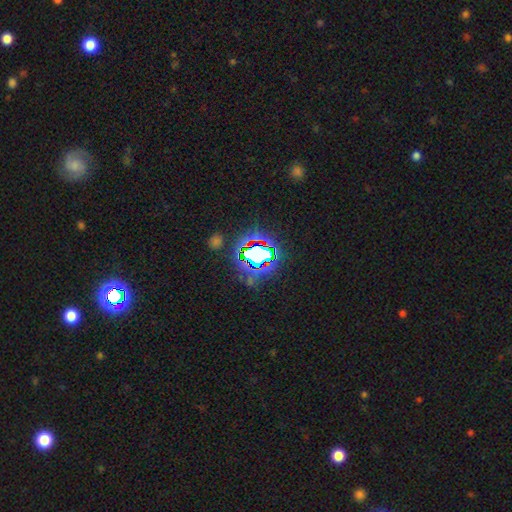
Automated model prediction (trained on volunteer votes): Overall: star or artifact (66%).